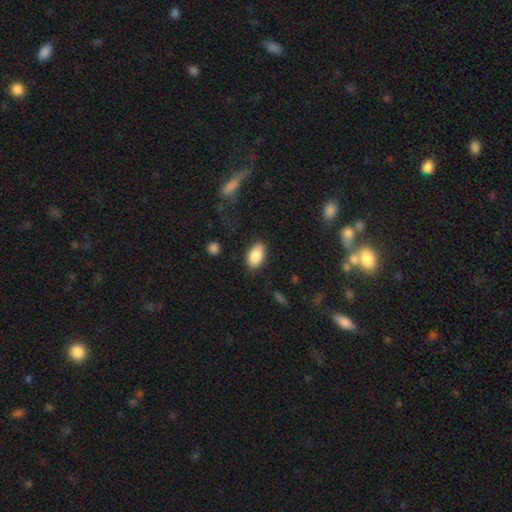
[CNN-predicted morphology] smooth-or-featured: smooth: 86% | featured or disk: 7% | star or artifact: 7%
  how-rounded: in between: 93% | round: 5% | cigar-shaped: 2%
  merging: none: 84% | minor disturbance: 12% | major disturbance: 3% | merger: 1%